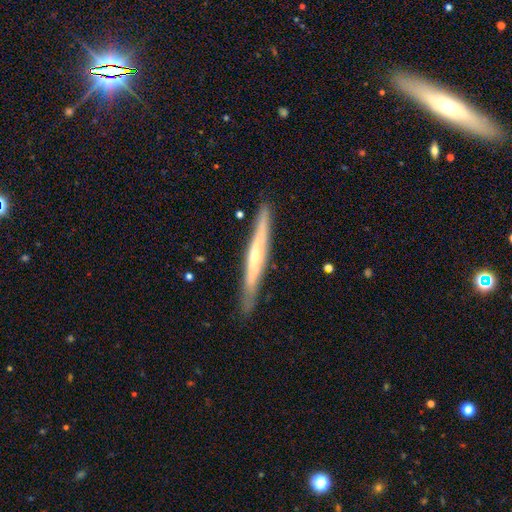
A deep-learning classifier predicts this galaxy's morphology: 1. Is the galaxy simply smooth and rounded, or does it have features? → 64% featured or disk, 31% smooth, 6% star or artifact.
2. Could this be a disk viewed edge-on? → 92% yes, 8% no.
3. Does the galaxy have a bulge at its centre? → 58% rounded, 37% none, 5% boxy.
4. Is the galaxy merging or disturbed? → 86% none, 10% minor disturbance, 2% major disturbance, 1% merger.